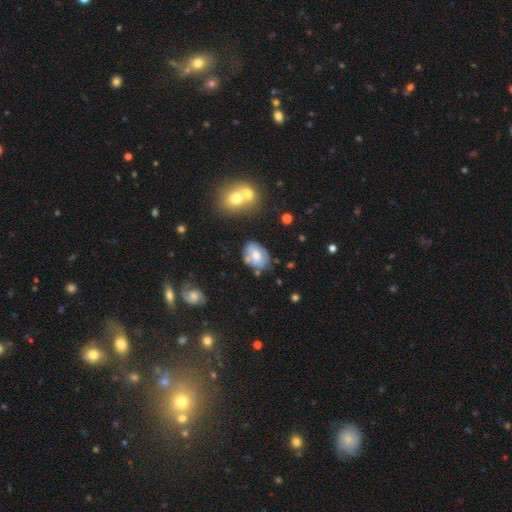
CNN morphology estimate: This is possibly a smooth galaxy (57%). How rounded: likely in between (76%). Merging: likely none (63%).